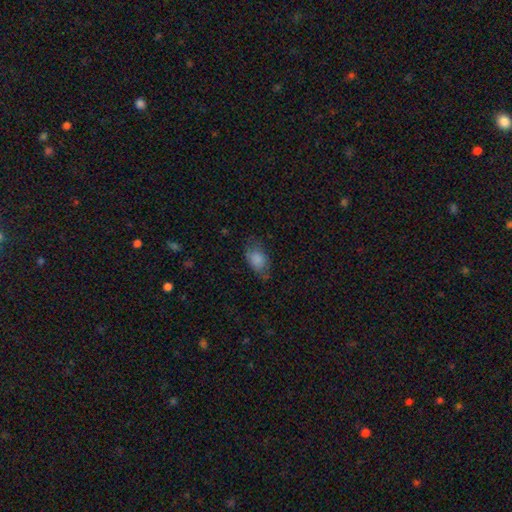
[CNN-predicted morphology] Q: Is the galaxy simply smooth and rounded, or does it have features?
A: smooth — 70%.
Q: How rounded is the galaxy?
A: in between — 82%.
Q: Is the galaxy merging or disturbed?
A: none — 69%.